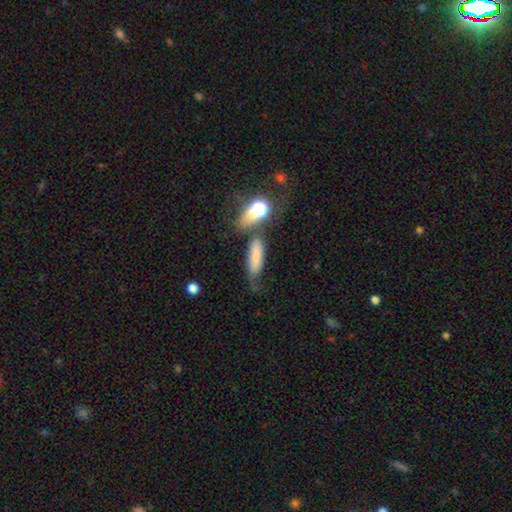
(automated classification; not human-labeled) The model was most divided on "how rounded": in between: 49%, cigar-shaped: 45%, round: 6%. Remaining: smooth or featured — smooth (73%); merging — none (44%).